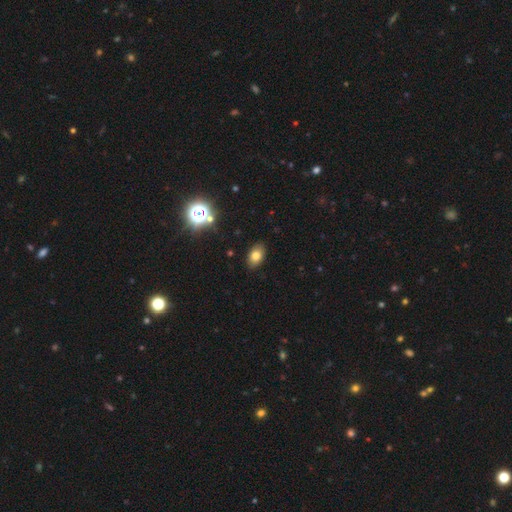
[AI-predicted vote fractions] Smooth or featured?
  - smooth: 76% *
  - star or artifact: 13%
  - featured or disk: 11%
How rounded?
  - in between: 87% *
  - round: 12%
  - cigar-shaped: 1%
Merging?
  - none: 88% *
  - minor disturbance: 9%
  - major disturbance: 2%
  - merger: 1%